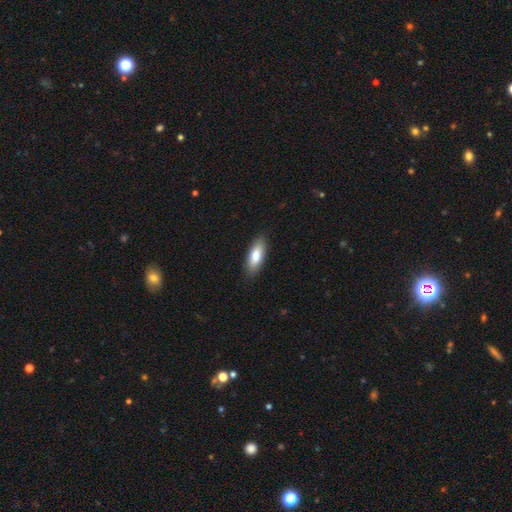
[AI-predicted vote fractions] The model was most divided on "how rounded": in between: 67%, cigar-shaped: 31%, round: 2%. More confident: merging — none (88%); smooth or featured — smooth (80%).